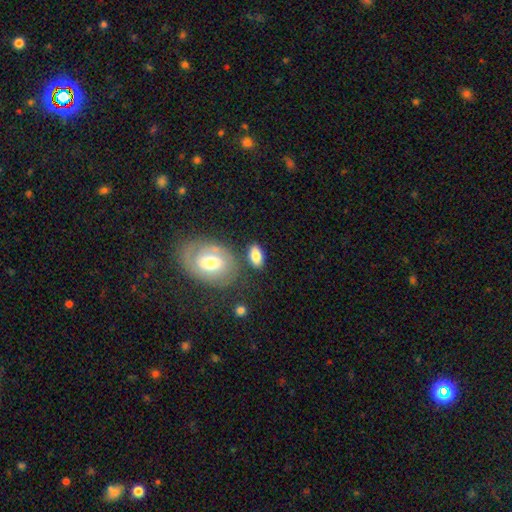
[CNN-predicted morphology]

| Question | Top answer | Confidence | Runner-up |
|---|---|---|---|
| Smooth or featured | smooth | 79% | featured or disk (15%) |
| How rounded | in between | 90% | round (6%) |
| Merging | none | 71% | minor disturbance (14%) |